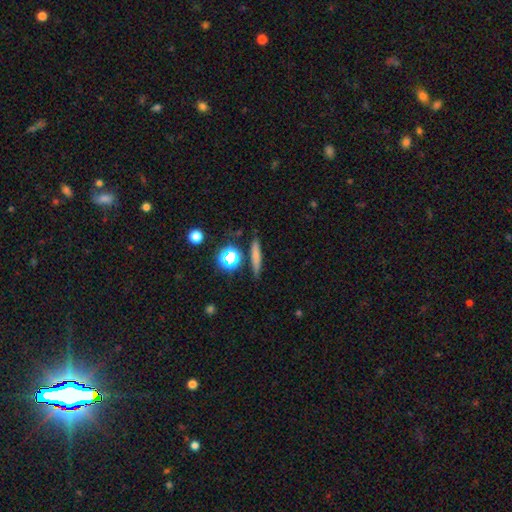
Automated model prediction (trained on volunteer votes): smooth_or_featured: smooth (p=0.67) [alt: featured or disk p=0.19]
how_rounded: cigar-shaped (p=0.82) [alt: round p=0.09]
merging: none (p=0.84) [alt: minor disturbance p=0.10]